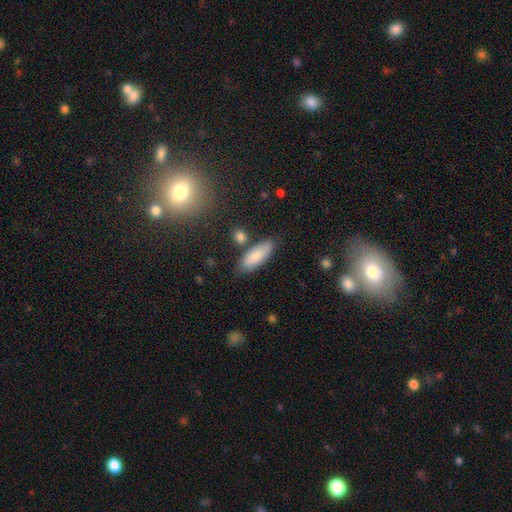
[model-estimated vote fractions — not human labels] Smooth or featured?
  - smooth: 79% *
  - featured or disk: 14%
  - star or artifact: 7%
How rounded?
  - in between: 71% *
  - cigar-shaped: 27%
  - round: 2%
Merging?
  - none: 76% *
  - minor disturbance: 14%
  - merger: 7%
  - major disturbance: 3%